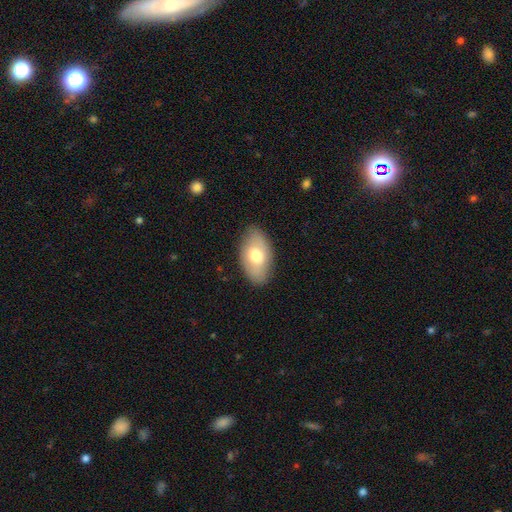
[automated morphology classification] This is likely a smooth galaxy (66%). How rounded: clearly in between (93%). Merging: clearly none (83%).